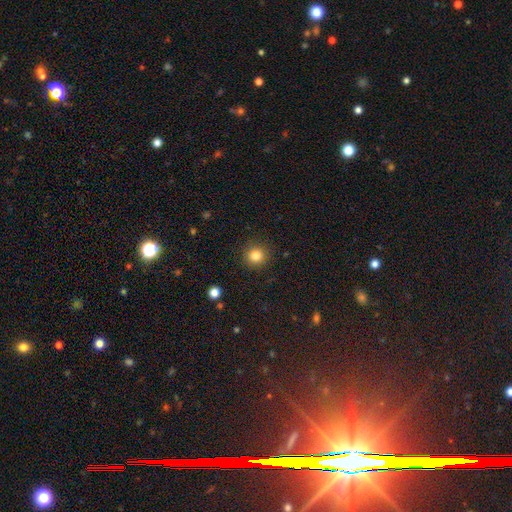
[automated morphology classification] Smooth or featured? Predicted: smooth (p=0.83). How rounded? Predicted: round (p=0.93). Merging? Predicted: none (p=0.90).